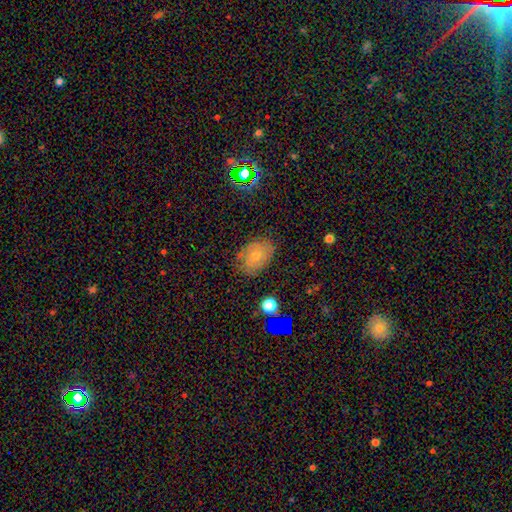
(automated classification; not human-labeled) Smooth or featured? smooth (56%)
How rounded? in between (77%)
Merging? none (71%)